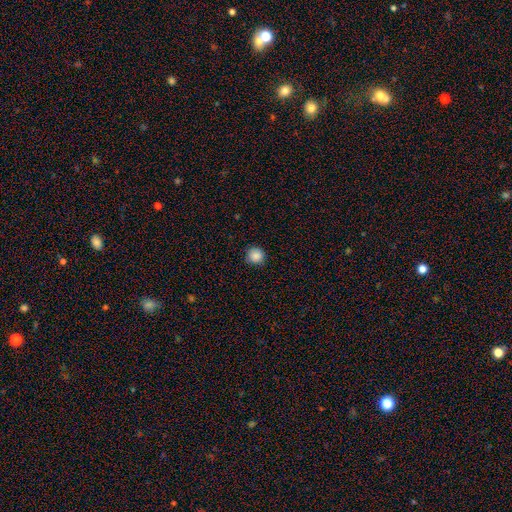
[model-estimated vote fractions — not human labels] Morphology: type=smooth (87%); roundness=round (94%); merging=none (88%).